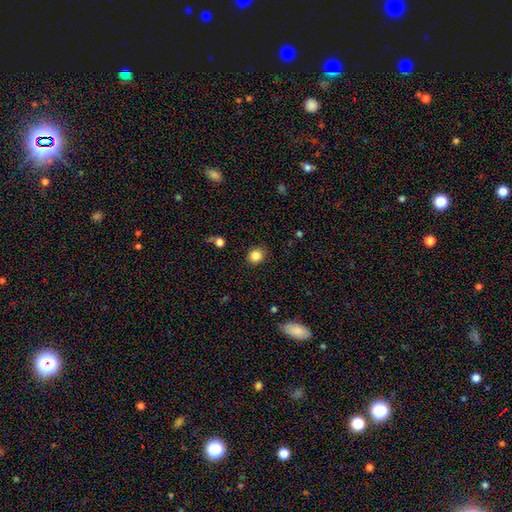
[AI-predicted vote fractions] Smooth or featured? smooth (85%)
How rounded? round (81%)
Merging? none (86%)